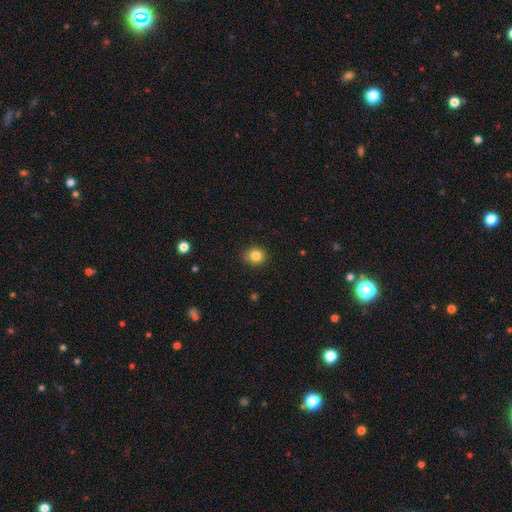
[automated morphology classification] smooth_or_featured: smooth (p=0.84) [alt: star or artifact p=0.10]
how_rounded: round (p=0.71) [alt: in between p=0.28]
merging: none (p=0.86) [alt: minor disturbance p=0.11]